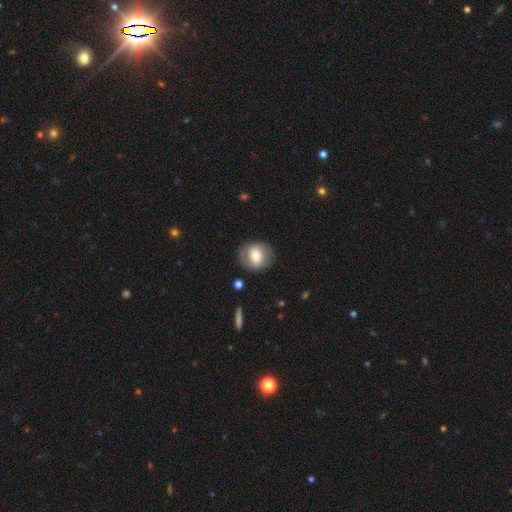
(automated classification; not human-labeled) smooth 60%, featured or disk 33%, star or artifact 7%. Down the decision tree: how rounded — round (64%); merging — none (80%).